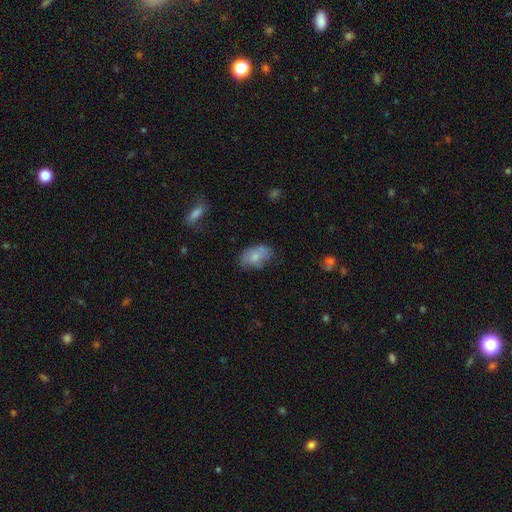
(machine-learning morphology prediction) type=smooth (75%); roundness=in between (89%); merging=none (60%).